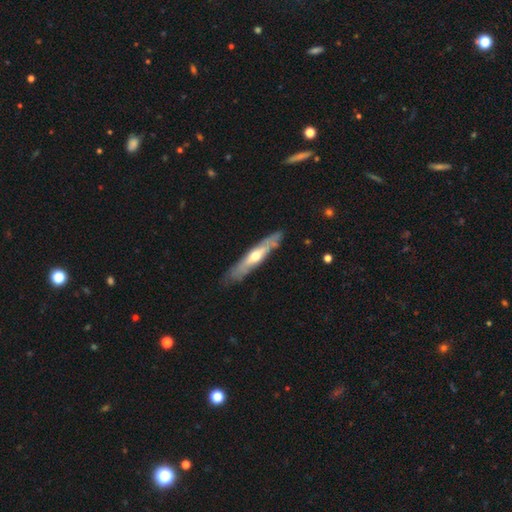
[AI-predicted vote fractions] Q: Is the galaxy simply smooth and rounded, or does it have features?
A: featured or disk — 60%.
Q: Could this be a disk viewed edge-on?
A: yes — 76%.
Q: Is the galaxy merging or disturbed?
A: none — 82%.